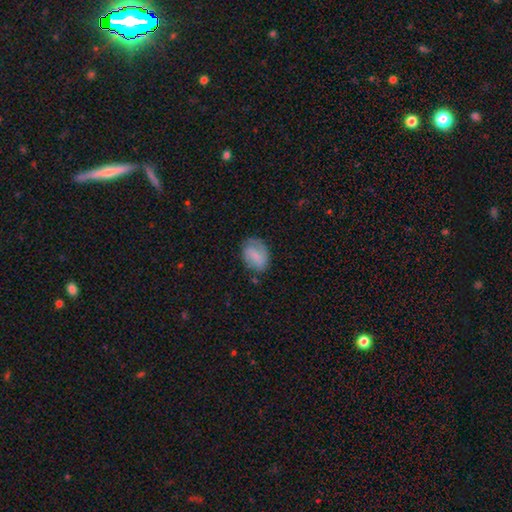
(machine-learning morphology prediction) smooth 60%, featured or disk 32%, star or artifact 7%. Down the decision tree: how rounded — in between (71%); merging — none (63%).